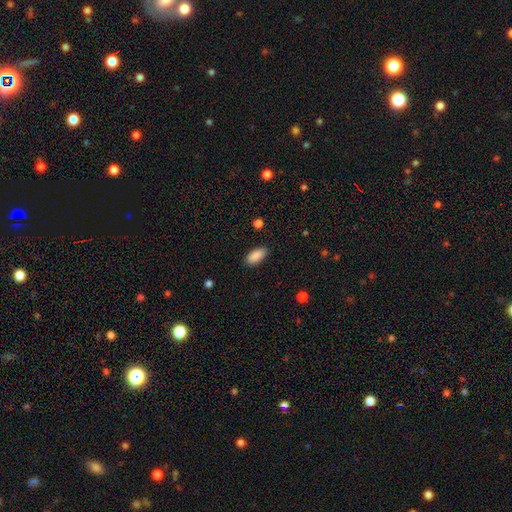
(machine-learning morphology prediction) Overall: smooth (90%). How rounded: in between (91%). Merging: none (87%).